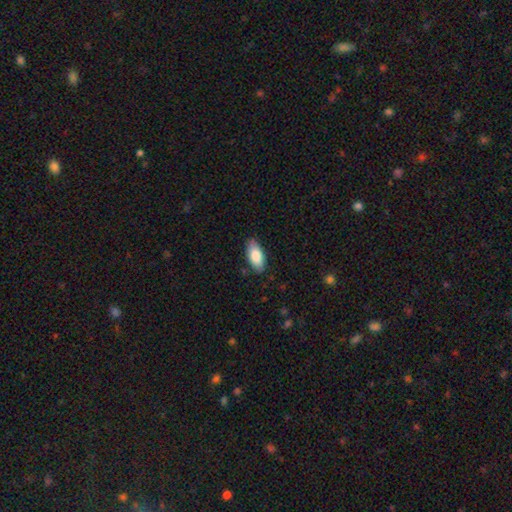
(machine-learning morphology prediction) Smooth or featured: smooth — 85% (featured or disk — 9%)
How rounded: in between — 89% (cigar-shaped — 9%)
Merging: none — 84% (minor disturbance — 13%)